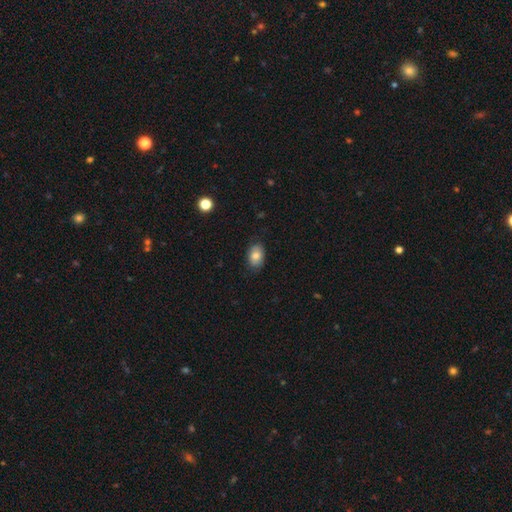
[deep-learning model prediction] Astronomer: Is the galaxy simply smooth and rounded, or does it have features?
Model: smooth — 80%.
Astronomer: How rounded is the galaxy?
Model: in between — 86%.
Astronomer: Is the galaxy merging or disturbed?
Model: none — 81%.